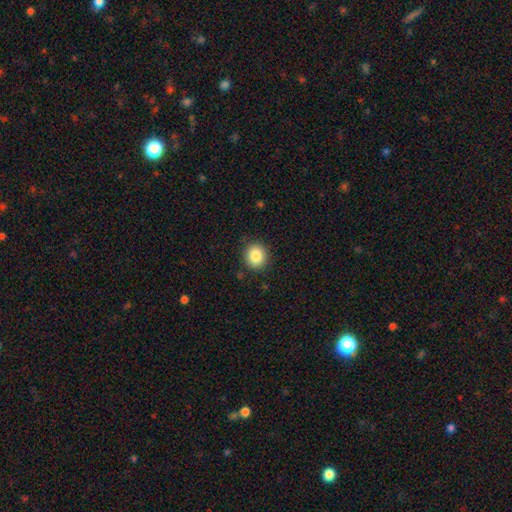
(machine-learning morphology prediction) A smooth galaxy with no disk features (85%) that is round (82%). Merging: none (88%).